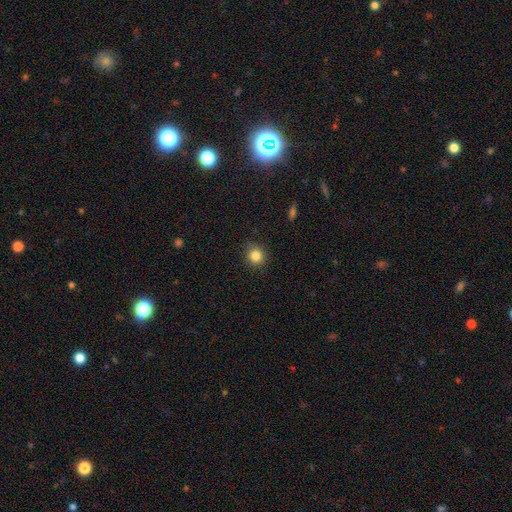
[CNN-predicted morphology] smooth 84%, star or artifact 11%, featured or disk 5%. Down the decision tree: how rounded — round (90%); merging — none (88%).